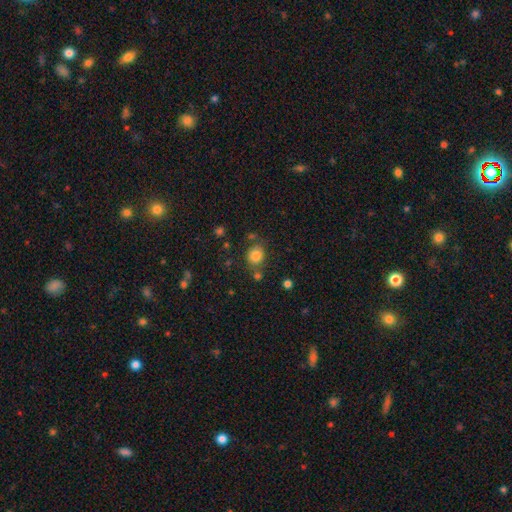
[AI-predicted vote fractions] smooth_or_featured: smooth (p=0.83) [alt: star or artifact p=0.12]
how_rounded: round (p=0.71) [alt: in between p=0.28]
merging: none (p=0.70) [alt: minor disturbance p=0.14]